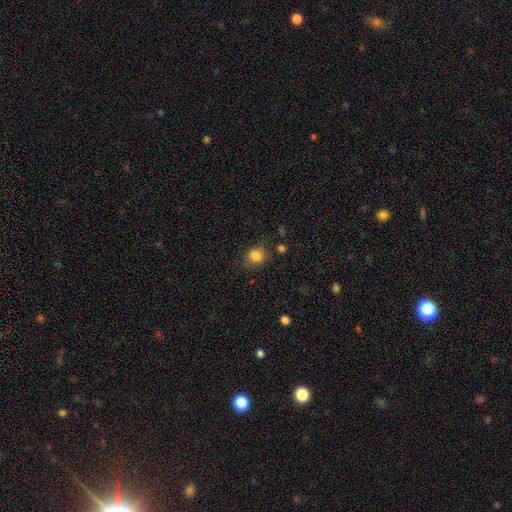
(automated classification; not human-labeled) This appears to be a smooth galaxy with no disk features (84%) that is round (66%). Merging: none (72%).